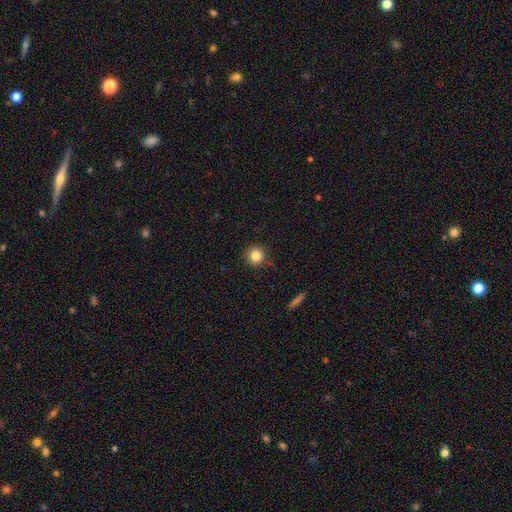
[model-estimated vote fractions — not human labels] Smooth or featured?
  - smooth: 83% *
  - star or artifact: 11%
  - featured or disk: 6%
How rounded?
  - round: 94% *
  - in between: 5%
  - cigar-shaped: 1%
Merging?
  - none: 89% *
  - minor disturbance: 7%
  - major disturbance: 2%
  - merger: 2%